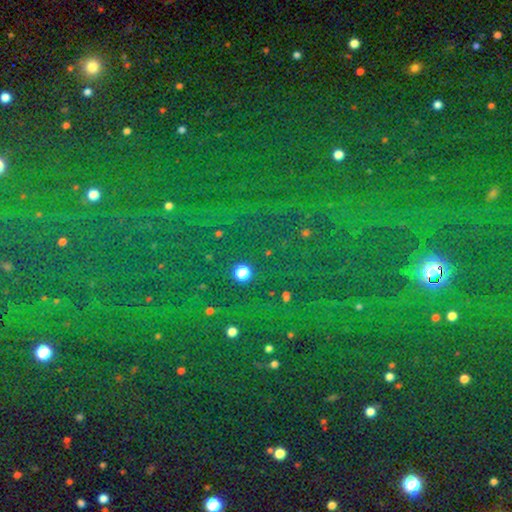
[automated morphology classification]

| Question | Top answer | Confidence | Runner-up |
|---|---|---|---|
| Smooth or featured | star or artifact | 82% | smooth (11%) |